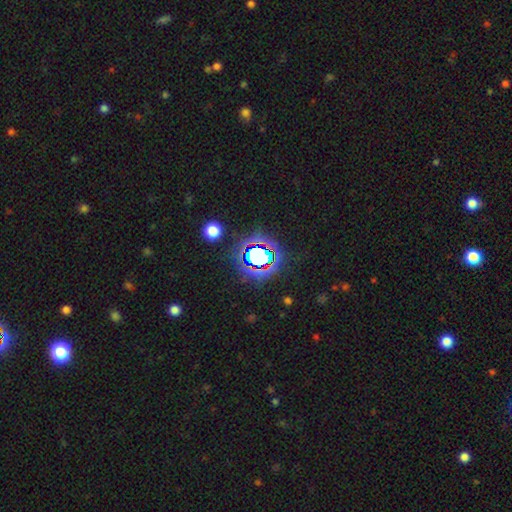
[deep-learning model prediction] Smooth or featured?
  - star or artifact: 81% *
  - smooth: 11%
  - featured or disk: 7%